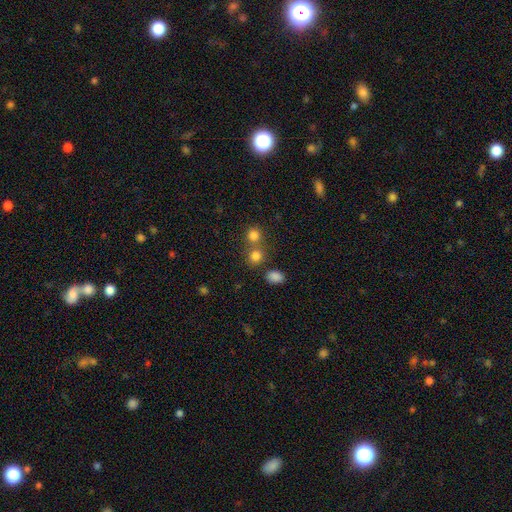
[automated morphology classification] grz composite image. It shows a smooth galaxy with no disk features (80%) that is round (78%). Merging: none (58%).